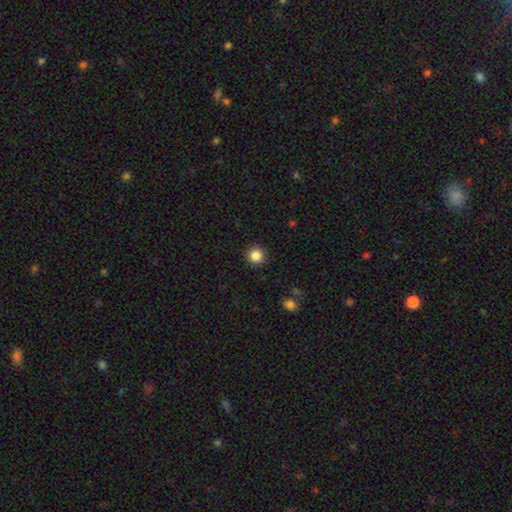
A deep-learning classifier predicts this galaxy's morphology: Smooth or featured: smooth — 86% (star or artifact — 11%)
How rounded: round — 94% (in between — 5%)
Merging: none — 91% (minor disturbance — 6%)